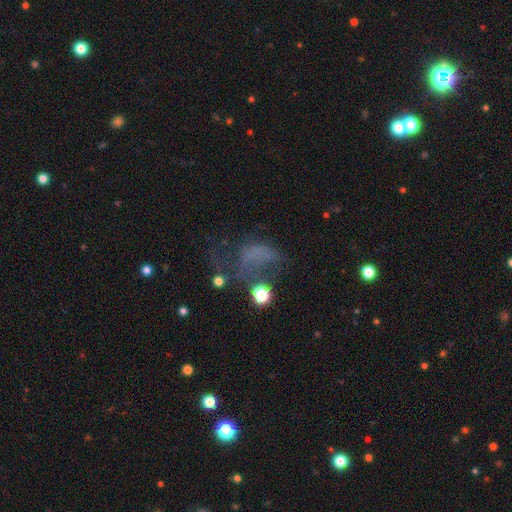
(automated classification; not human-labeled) Smooth or featured?
  - smooth: 38% *
  - featured or disk: 33%
  - star or artifact: 29%
Merging?
  - major disturbance: 50% *
  - none: 27%
  - minor disturbance: 16%
  - merger: 7%